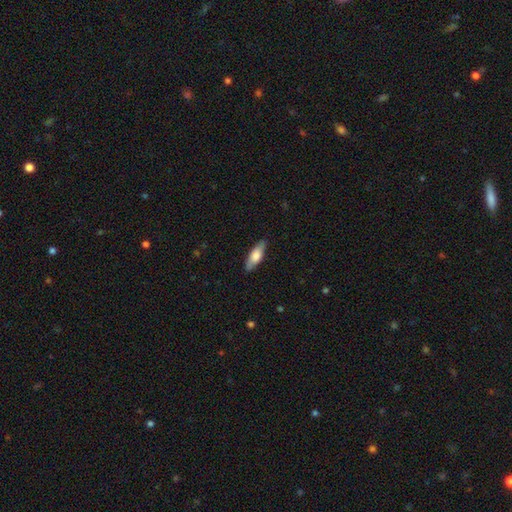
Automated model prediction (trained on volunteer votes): A smooth galaxy with no disk features (65%) that is in between round and cigar-shaped (59%).

Vote fractions:
- Smooth or featured? smooth: 65% / featured or disk: 30% / star or artifact: 5%
- How rounded? in between: 59% / cigar-shaped: 39% / round: 2%
- Merging? none: 86% / minor disturbance: 11% / major disturbance: 2% / merger: 1%